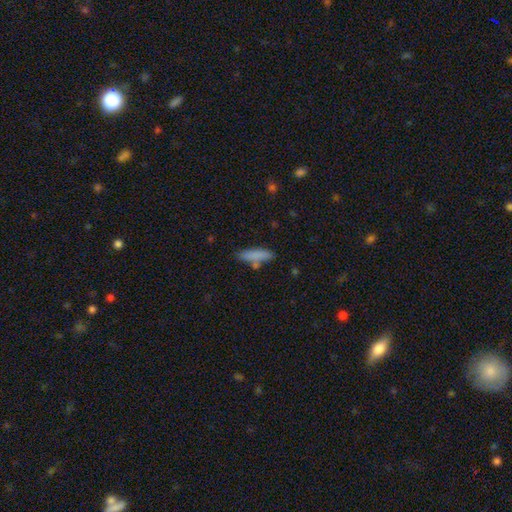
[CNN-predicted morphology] Smooth or featured? smooth (81%)
How rounded? cigar-shaped (69%)
Merging? none (68%)